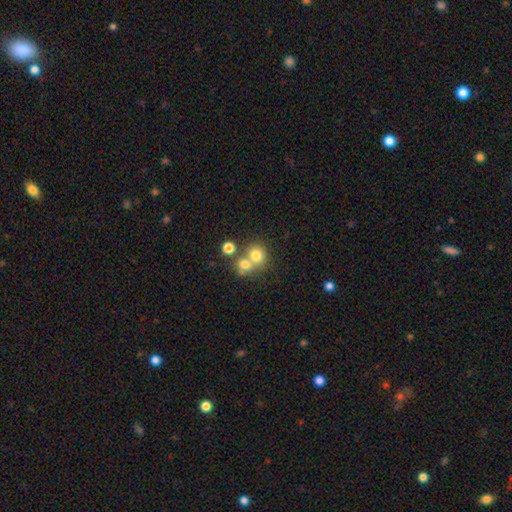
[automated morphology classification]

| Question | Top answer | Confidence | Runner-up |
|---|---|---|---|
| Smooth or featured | smooth | 74% | featured or disk (13%) |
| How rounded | round | 80% | in between (19%) |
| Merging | merger | 48% | none (42%) |